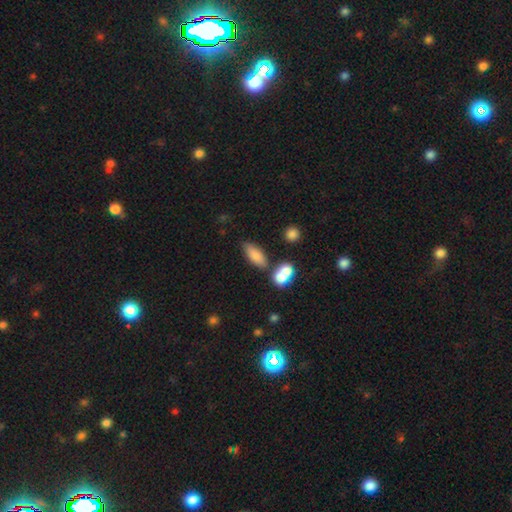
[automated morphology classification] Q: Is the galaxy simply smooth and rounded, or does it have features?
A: smooth — 78%.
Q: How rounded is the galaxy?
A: in between — 73%.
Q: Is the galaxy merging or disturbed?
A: none — 64%.